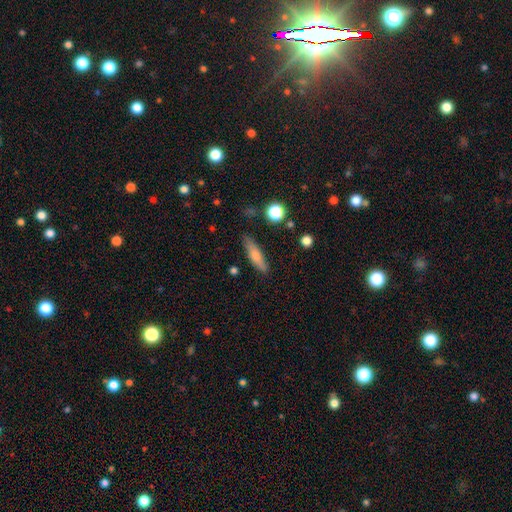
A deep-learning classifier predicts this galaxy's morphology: smooth 69%, featured or disk 24%, star or artifact 7%. Down the decision tree: how rounded — cigar-shaped (72%); merging — none (81%).